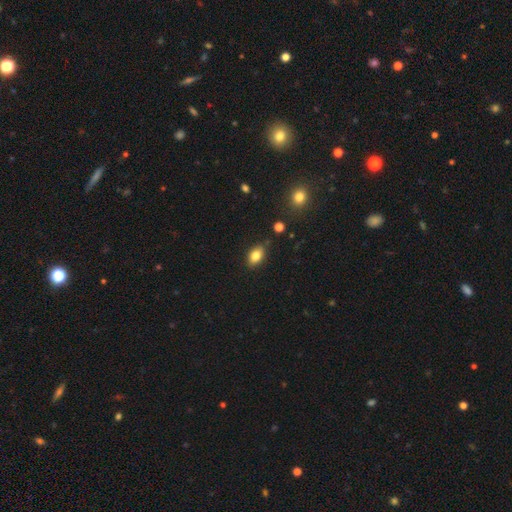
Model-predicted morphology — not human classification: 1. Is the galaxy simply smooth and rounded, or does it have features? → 81% smooth, 10% star or artifact, 9% featured or disk.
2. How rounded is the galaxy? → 85% in between, 13% round, 3% cigar-shaped.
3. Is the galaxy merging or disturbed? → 82% none, 13% minor disturbance, 2% major disturbance, 2% merger.